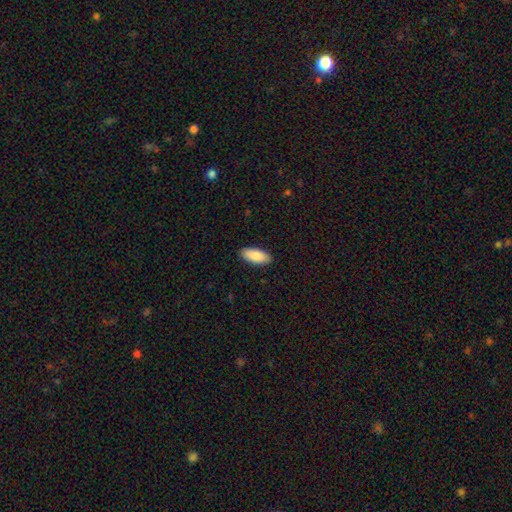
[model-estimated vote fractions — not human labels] Smooth or featured? smooth (88%)
How rounded? in between (87%)
Merging? none (90%)